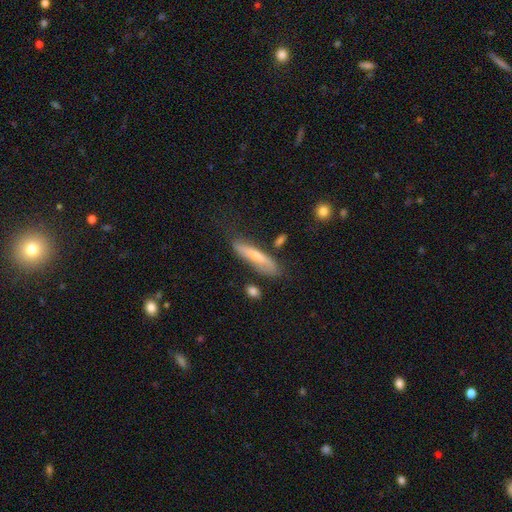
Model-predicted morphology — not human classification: This is possibly a smooth galaxy (51%). How rounded: clearly cigar-shaped (81%). Merging: likely none (65%).